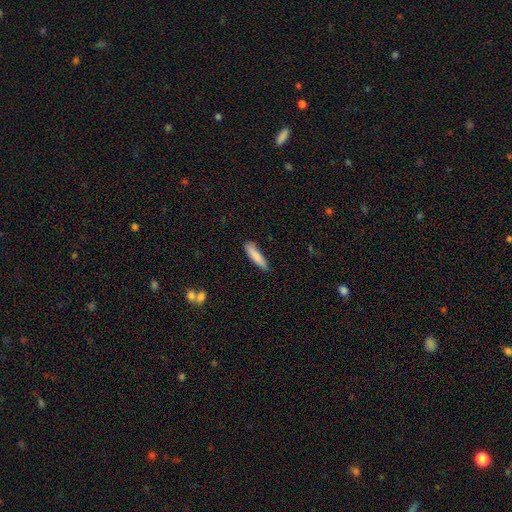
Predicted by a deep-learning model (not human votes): This is clearly a smooth galaxy (84%). How rounded: clearly cigar-shaped (82%). Merging: clearly none (85%).